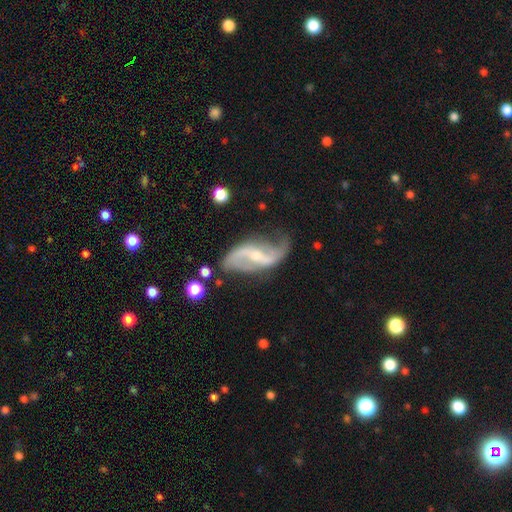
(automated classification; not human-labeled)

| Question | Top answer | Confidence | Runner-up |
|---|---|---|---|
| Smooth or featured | featured or disk | 88% | smooth (6%) |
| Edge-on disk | no | 95% | yes (5%) |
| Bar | weak | 39% | strong (36%) |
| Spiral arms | yes | 95% | no (5%) |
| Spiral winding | loose | 76% | medium (19%) |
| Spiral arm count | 2 | 92% | can't tell (3%) |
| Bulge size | small | 62% | moderate (32%) |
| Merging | none | 66% | minor disturbance (20%) |